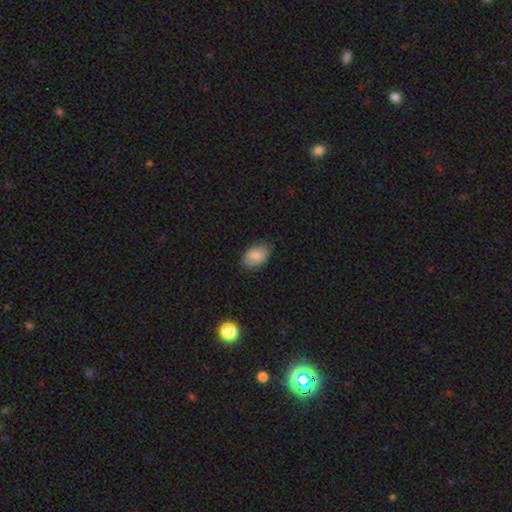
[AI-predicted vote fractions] The model was most divided on "merging": none: 78%, minor disturbance: 17%, major disturbance: 3%, merger: 1%. More confident: how rounded — in between (86%); smooth or featured — smooth (80%).